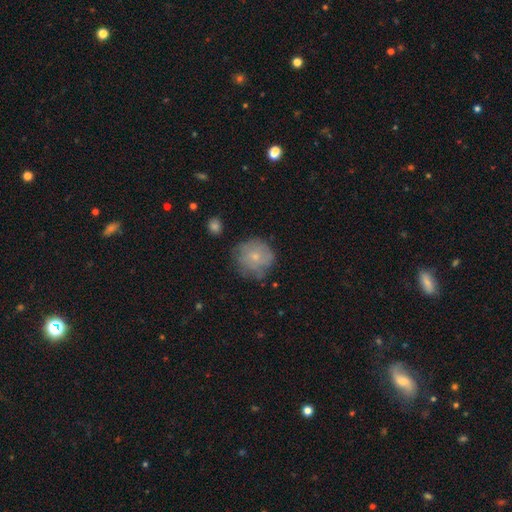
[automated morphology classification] The model was most divided on "smooth or featured": smooth: 61%, featured or disk: 29%, star or artifact: 10%. More confident: how rounded — round (89%); merging — none (66%).